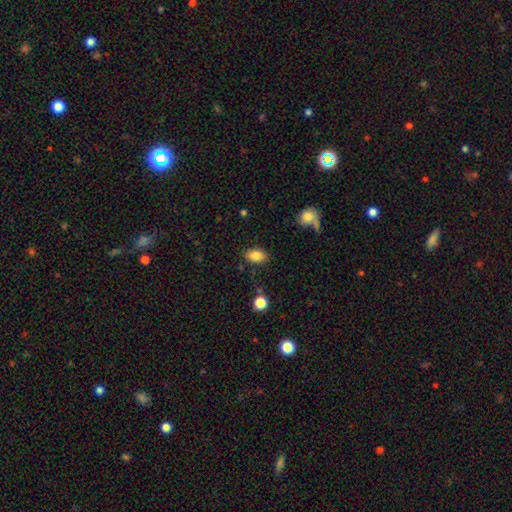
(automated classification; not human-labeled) A smooth galaxy with no disk features (85%) that is in between round and cigar-shaped (88%).

Vote fractions:
- Smooth or featured? smooth: 85% / star or artifact: 9% / featured or disk: 6%
- How rounded? in between: 88% / round: 10% / cigar-shaped: 2%
- Merging? none: 82% / minor disturbance: 12% / major disturbance: 3% / merger: 2%